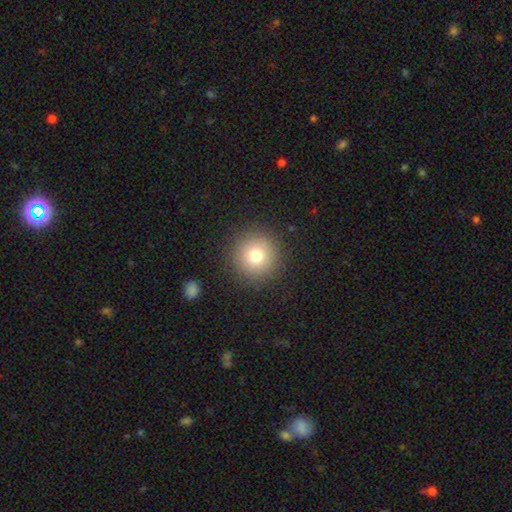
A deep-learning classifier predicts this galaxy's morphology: This is likely a smooth galaxy (76%). How rounded: clearly round (96%). Merging: clearly none (90%).